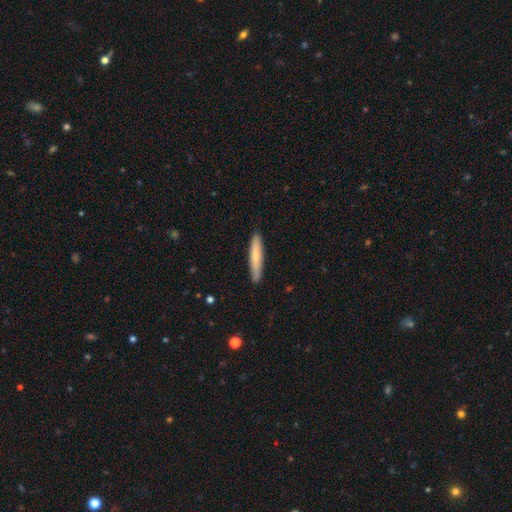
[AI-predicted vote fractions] Smooth or featured? Predicted: smooth (p=0.71). How rounded? Predicted: cigar-shaped (p=0.93). Merging? Predicted: none (p=0.89).